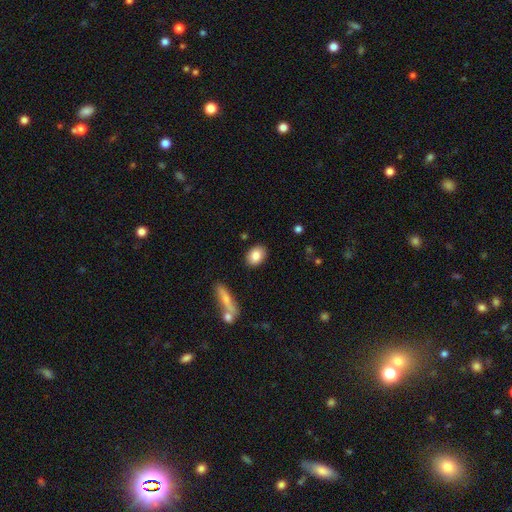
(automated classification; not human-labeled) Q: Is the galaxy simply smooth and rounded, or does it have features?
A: smooth — 85%.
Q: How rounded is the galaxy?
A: in between — 75%.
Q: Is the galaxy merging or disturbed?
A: none — 88%.